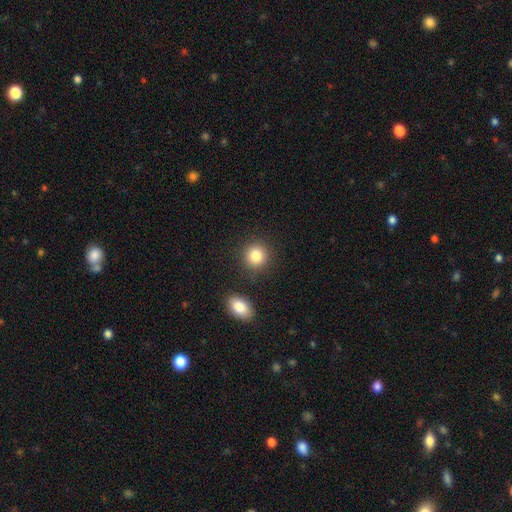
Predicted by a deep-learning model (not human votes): A smooth galaxy with no disk features (85%) that is round (86%). Merging: none (83%).